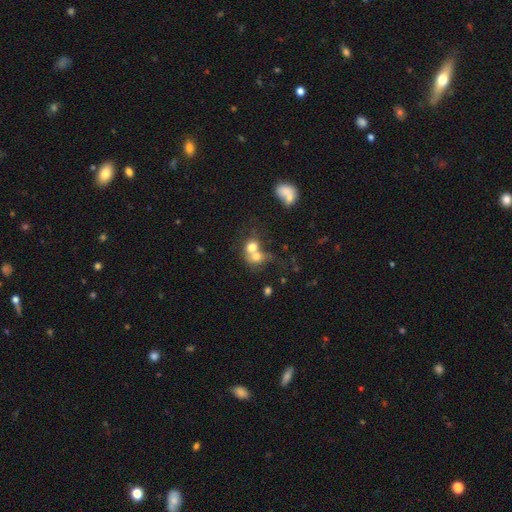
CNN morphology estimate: smooth_or_featured: smooth (p=0.69) [alt: featured or disk p=0.19]
how_rounded: round (p=0.61) [alt: in between p=0.38]
merging: merger (p=0.67) [alt: none p=0.20]